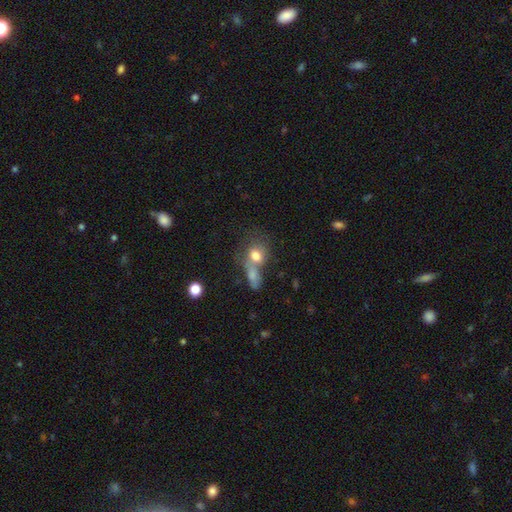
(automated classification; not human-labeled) Smooth or featured? smooth (73%)
How rounded? round (53%)
Merging? merger (53%)